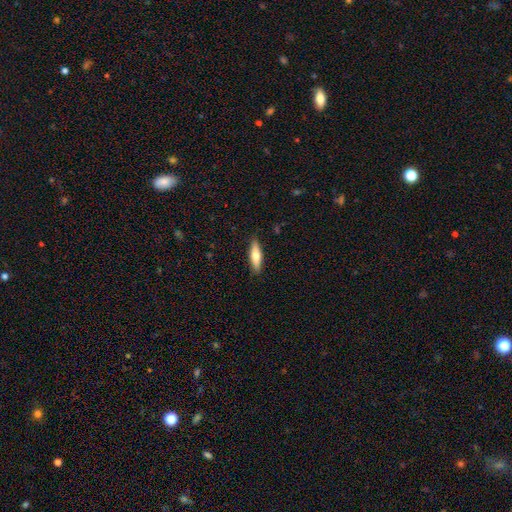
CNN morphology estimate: This is likely a smooth galaxy (67%). How rounded: likely cigar-shaped (61%). Merging: clearly none (88%).